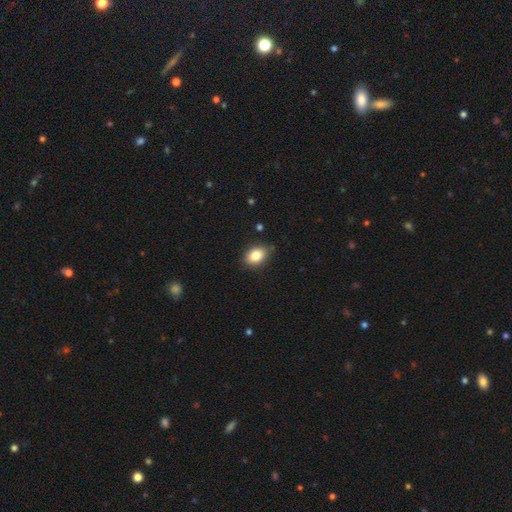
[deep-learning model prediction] Smooth or featured? smooth (84%)
How rounded? in between (77%)
Merging? none (83%)